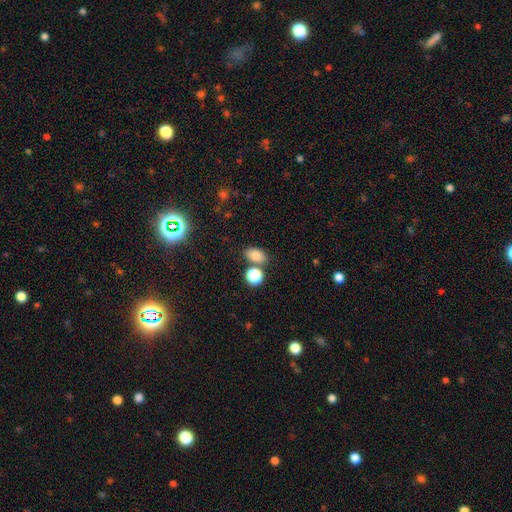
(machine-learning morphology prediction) Smooth or featured: smooth — 80% (star or artifact — 14%)
How rounded: in between — 81% (round — 17%)
Merging: none — 70% (merger — 16%)